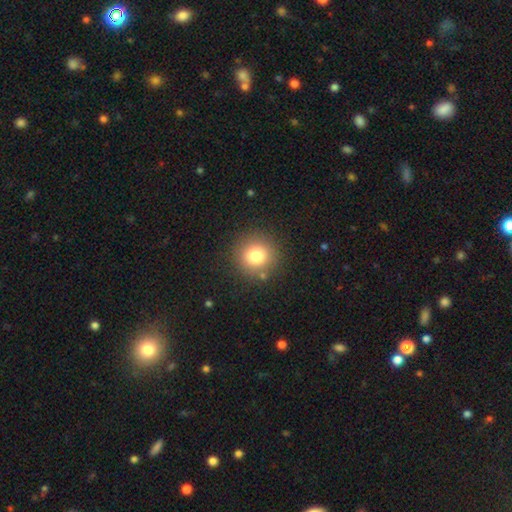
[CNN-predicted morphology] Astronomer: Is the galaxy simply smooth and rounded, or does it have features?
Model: smooth — 80%.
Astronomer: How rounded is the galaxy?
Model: round — 94%.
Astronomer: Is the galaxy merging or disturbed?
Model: none — 87%.